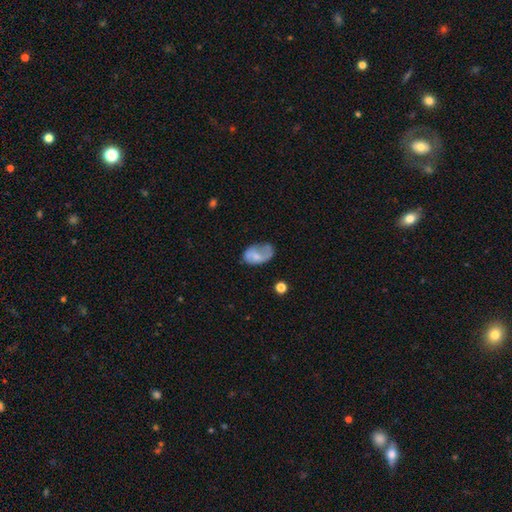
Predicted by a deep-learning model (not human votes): Smooth or featured? Predicted: smooth (p=0.60). How rounded? Predicted: in between (p=0.89). Merging? Predicted: none (p=0.36).